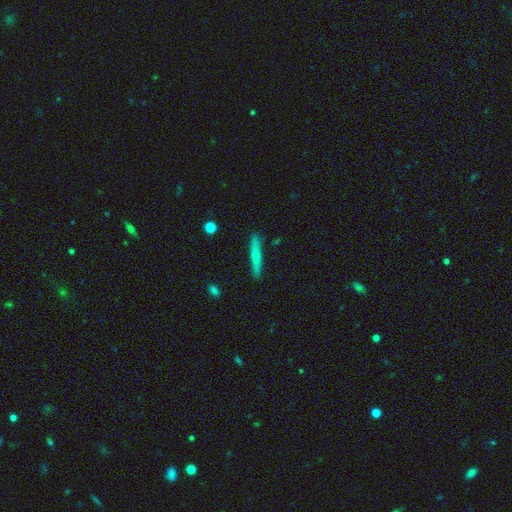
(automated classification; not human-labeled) A smooth galaxy with no disk features (57%) that is cigar-shaped (94%). Merging: none (87%).